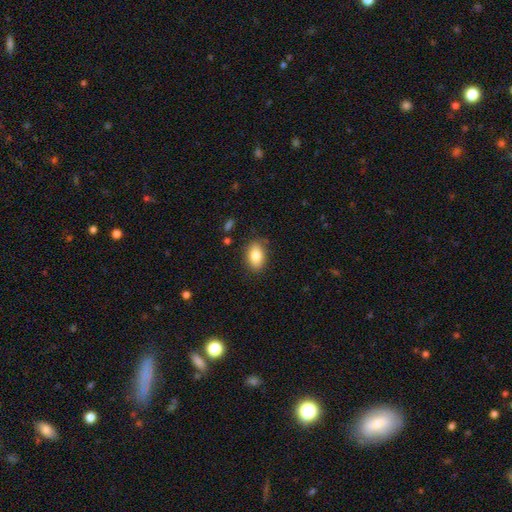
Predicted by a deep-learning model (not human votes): Overall: smooth (84%). How rounded: in between (86%). Merging: none (82%).